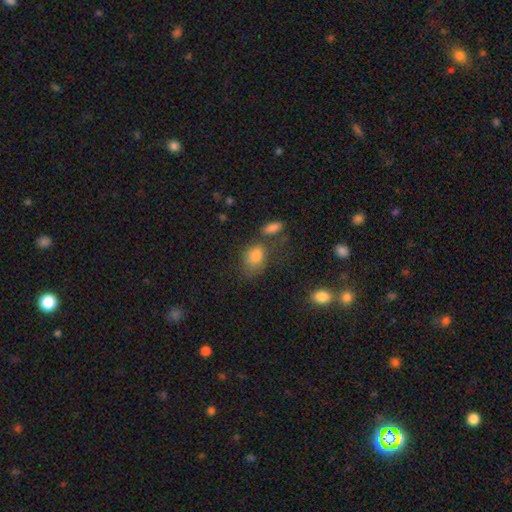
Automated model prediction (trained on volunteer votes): The model was most divided on "merging": none: 47%, minor disturbance: 23%, merger: 16%, major disturbance: 13%. More confident: smooth or featured — smooth (81%); how rounded — in between (73%).